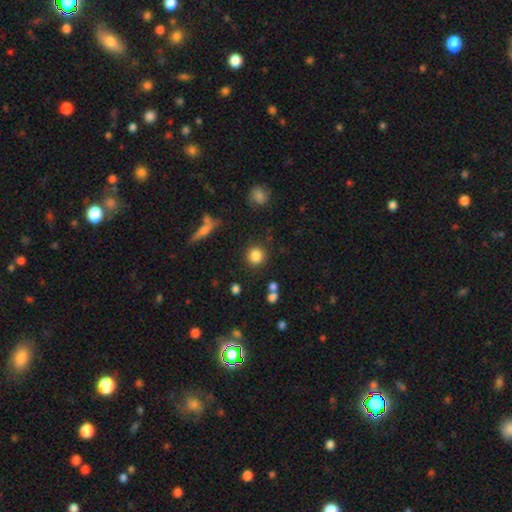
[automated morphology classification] type=smooth (83%); roundness=round (91%); merging=none (85%).